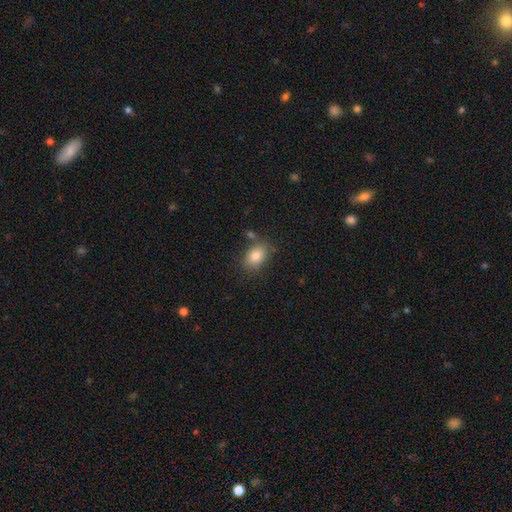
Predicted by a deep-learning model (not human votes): Smooth or featured? smooth (83%)
How rounded? in between (80%)
Merging? none (72%)